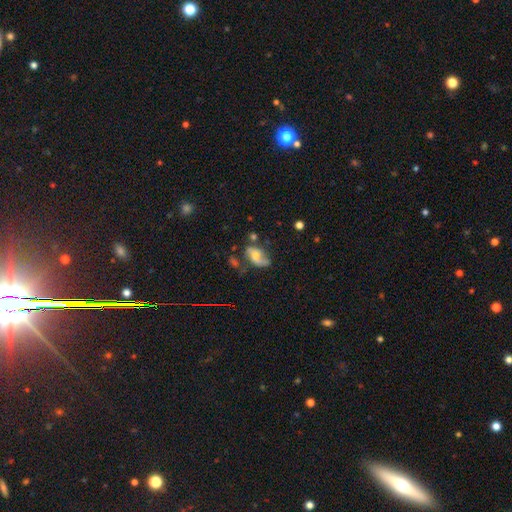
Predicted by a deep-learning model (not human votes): Smooth or featured? Predicted: featured or disk (p=0.49). Merging? Predicted: none (p=0.40).